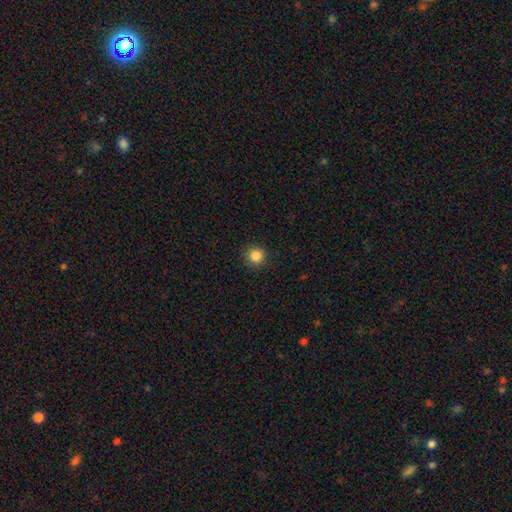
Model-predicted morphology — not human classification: Smooth or featured?
  - smooth: 85% *
  - star or artifact: 11%
  - featured or disk: 4%
How rounded?
  - round: 94% *
  - in between: 5%
  - cigar-shaped: 1%
Merging?
  - none: 91% *
  - minor disturbance: 6%
  - major disturbance: 2%
  - merger: 1%